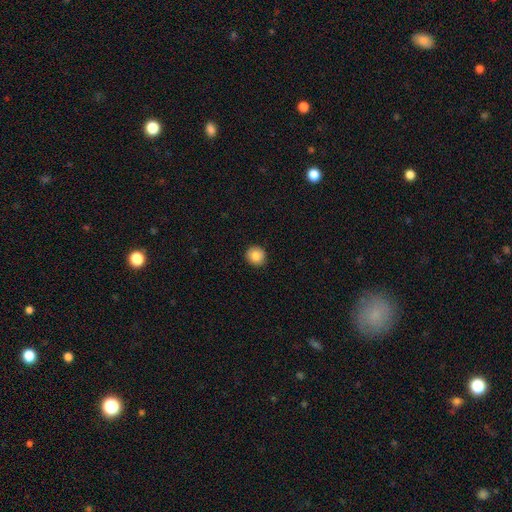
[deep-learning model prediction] Smooth or featured? smooth (84%)
How rounded? round (91%)
Merging? none (91%)